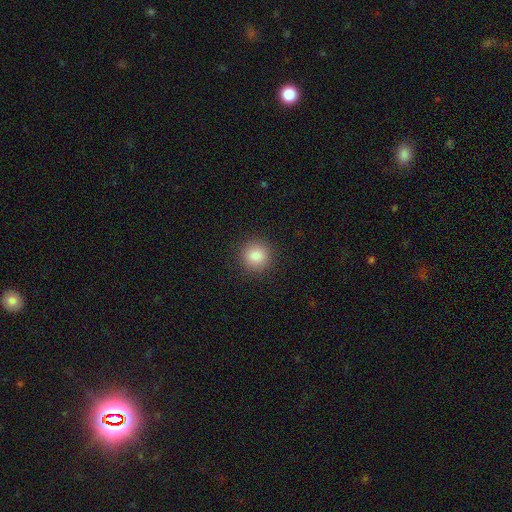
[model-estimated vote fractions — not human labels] This appears to be a smooth galaxy with no disk features (86%) that is round (93%). Merging: none (91%).